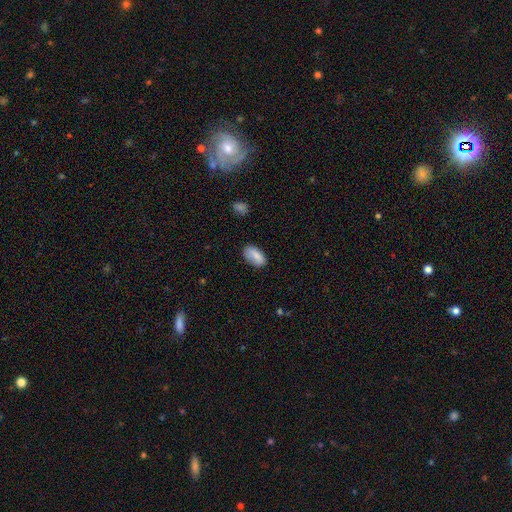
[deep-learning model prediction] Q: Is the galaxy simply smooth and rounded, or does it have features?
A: smooth — 83%.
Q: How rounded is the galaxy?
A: in between — 93%.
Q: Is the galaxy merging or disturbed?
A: none — 76%.